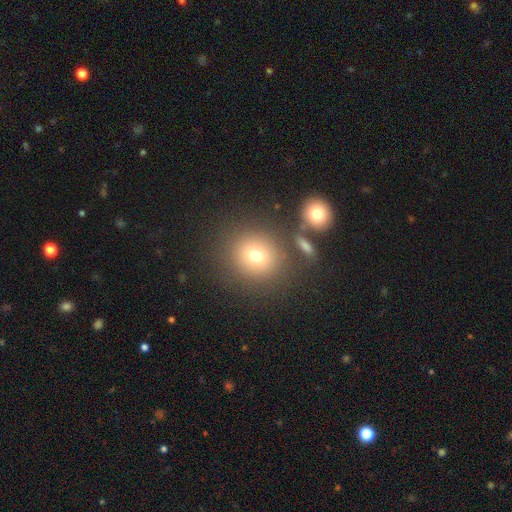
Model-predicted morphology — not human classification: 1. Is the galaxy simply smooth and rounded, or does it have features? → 72% smooth, 16% star or artifact, 12% featured or disk.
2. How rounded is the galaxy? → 87% round, 12% in between, 1% cigar-shaped.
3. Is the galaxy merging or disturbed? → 79% none, 9% minor disturbance, 8% merger, 5% major disturbance.